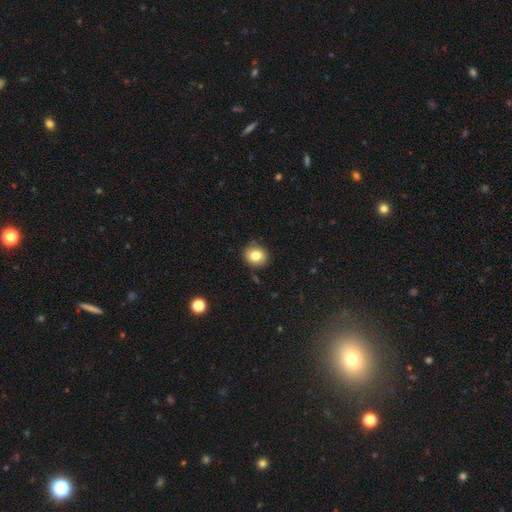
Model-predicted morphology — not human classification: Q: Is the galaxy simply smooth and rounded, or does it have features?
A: smooth — 81%.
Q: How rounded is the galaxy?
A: round — 81%.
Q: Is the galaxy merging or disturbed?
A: none — 85%.